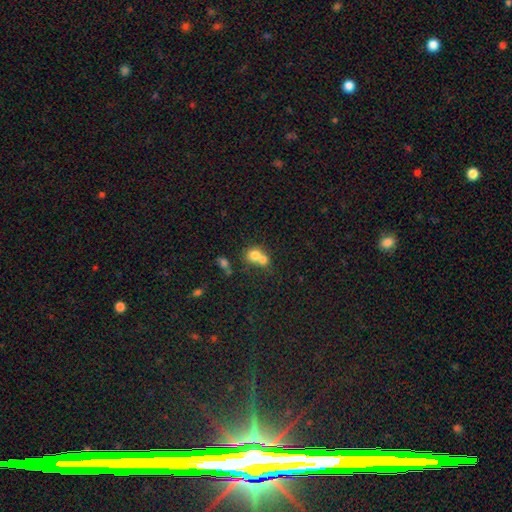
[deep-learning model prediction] Smooth or featured? smooth (73%)
How rounded? round (71%)
Merging? merger (67%)